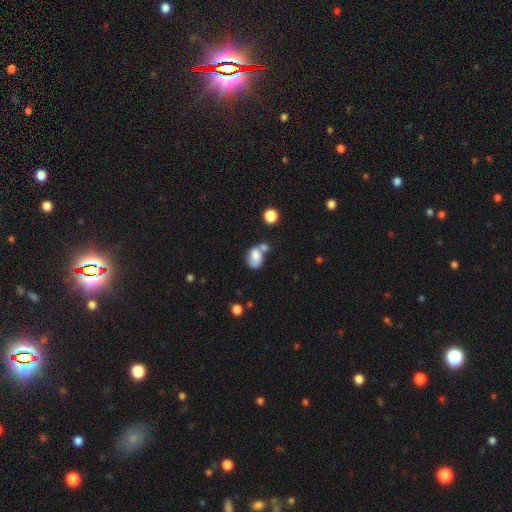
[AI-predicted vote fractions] Smooth or featured?
  - smooth: 64% *
  - featured or disk: 26%
  - star or artifact: 10%
How rounded?
  - in between: 73% *
  - round: 26%
  - cigar-shaped: 1%
Merging?
  - merger: 40% *
  - none: 29%
  - minor disturbance: 19%
  - major disturbance: 12%